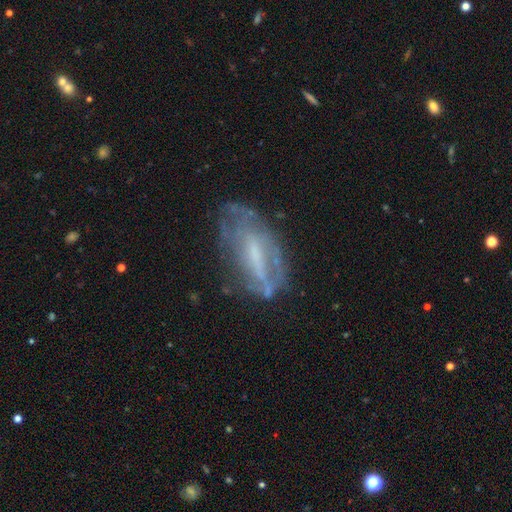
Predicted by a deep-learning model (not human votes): This is likely a featured or disk galaxy (65%). It is clearly not viewed edge-on (86%). Bar: marginally weak (39%). Spiral arm pattern: possibly no (52%). Central bulge: marginally small (38%). Merging: possibly none (55%).